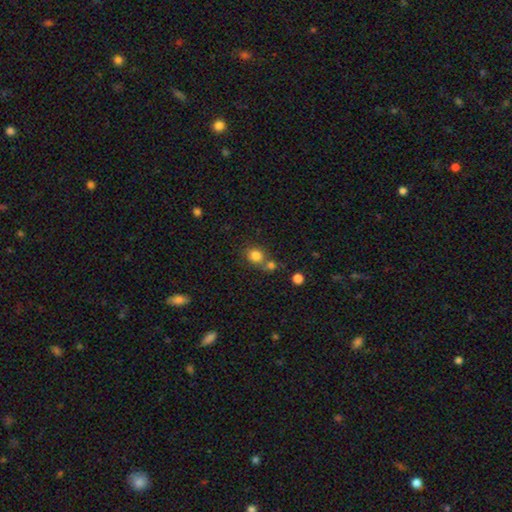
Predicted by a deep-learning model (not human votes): Smooth or featured: smooth — 82% (star or artifact — 11%)
How rounded: round — 77% (in between — 22%)
Merging: none — 55% (merger — 32%)